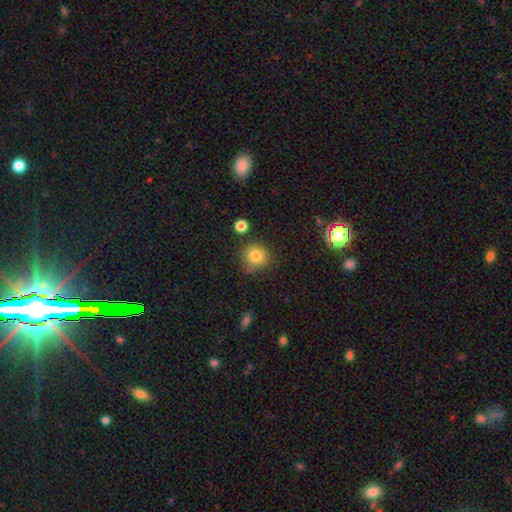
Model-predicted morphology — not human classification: smooth_or_featured: smooth (p=0.81) [alt: star or artifact p=0.12]
how_rounded: round (p=0.87) [alt: in between p=0.12]
merging: none (p=0.76) [alt: minor disturbance p=0.15]